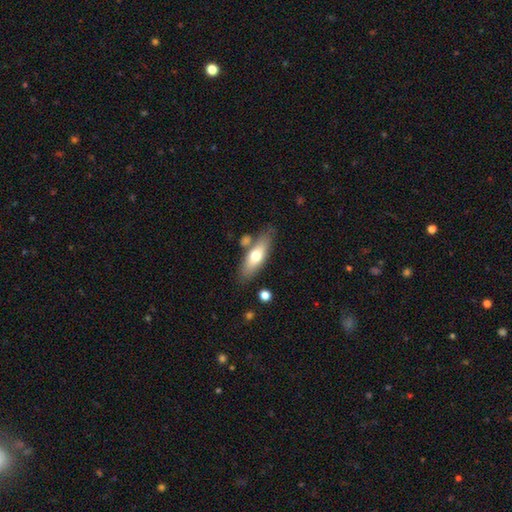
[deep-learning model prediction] Overall: smooth (63%; featured or disk 31%). How rounded: in between (57%; cigar-shaped 40%). Merging: none (71%).